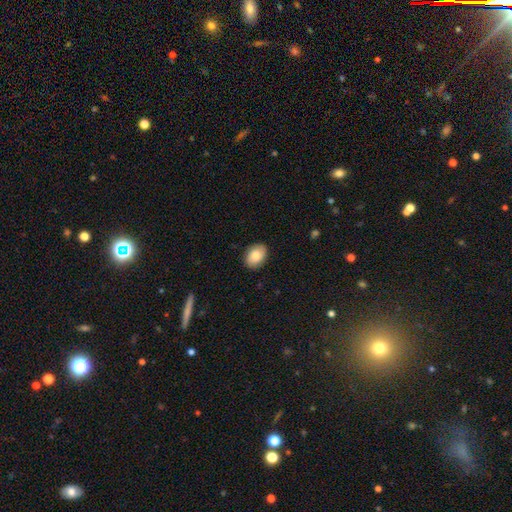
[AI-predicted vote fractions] Morphology: type=smooth (84%); roundness=in between (79%); merging=none (88%).